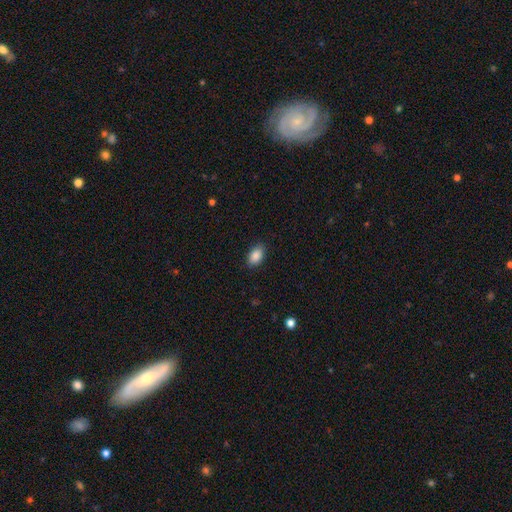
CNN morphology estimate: Smooth or featured: smooth — 89% (star or artifact — 8%)
How rounded: in between — 91% (round — 8%)
Merging: none — 87% (minor disturbance — 10%)